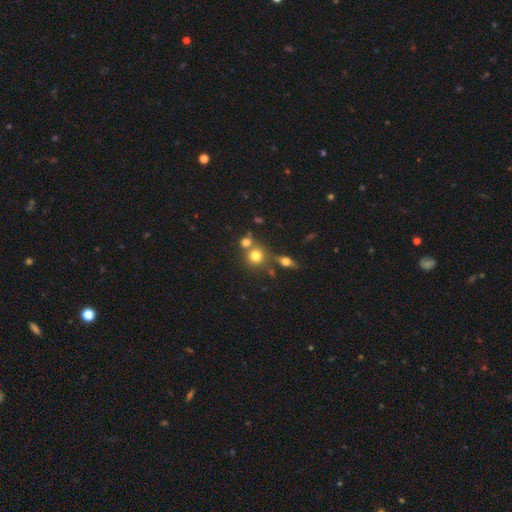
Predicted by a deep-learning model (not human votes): Overall: smooth (75%). How rounded: round (87%). Merging: none (56%; merger 31%).